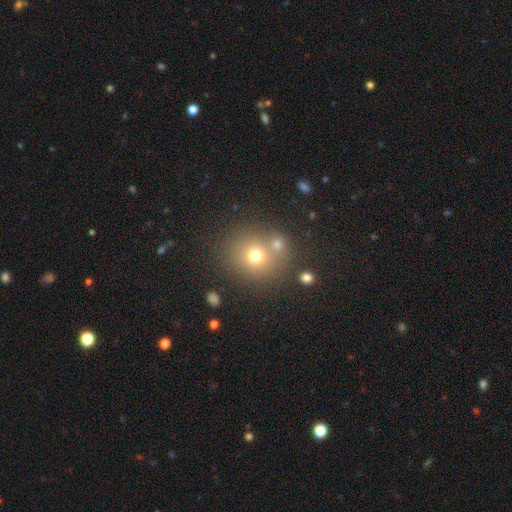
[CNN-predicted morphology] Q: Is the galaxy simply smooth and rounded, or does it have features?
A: smooth — 69%.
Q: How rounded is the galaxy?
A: round — 83%.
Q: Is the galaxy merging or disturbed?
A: none — 65%.